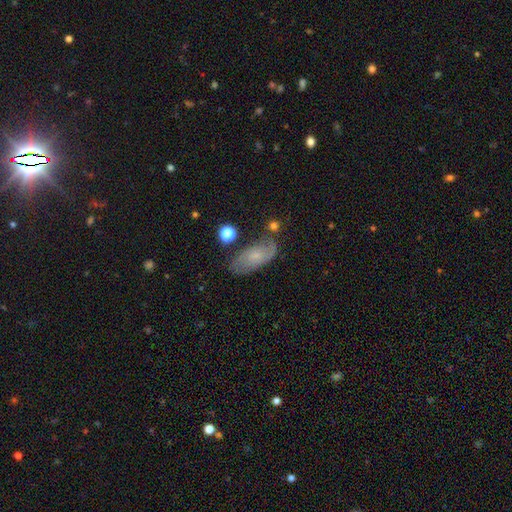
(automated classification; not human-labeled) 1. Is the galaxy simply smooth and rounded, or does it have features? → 48% featured or disk, 43% smooth, 9% star or artifact.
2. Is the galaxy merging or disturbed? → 64% none, 23% minor disturbance, 8% major disturbance, 5% merger.